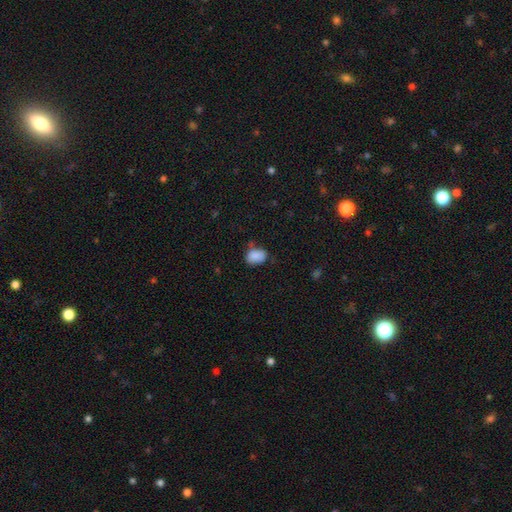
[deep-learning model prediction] Overall: smooth (86%). How rounded: in between (76%). Merging: none (60%; minor disturbance 28%).